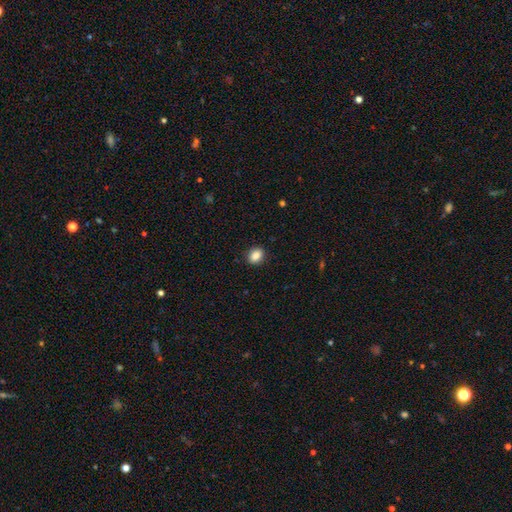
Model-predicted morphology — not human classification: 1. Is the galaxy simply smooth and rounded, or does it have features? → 88% smooth, 8% star or artifact, 4% featured or disk.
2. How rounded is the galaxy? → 62% in between, 36% round, 1% cigar-shaped.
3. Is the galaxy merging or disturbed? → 90% none, 7% minor disturbance, 2% major disturbance, 1% merger.